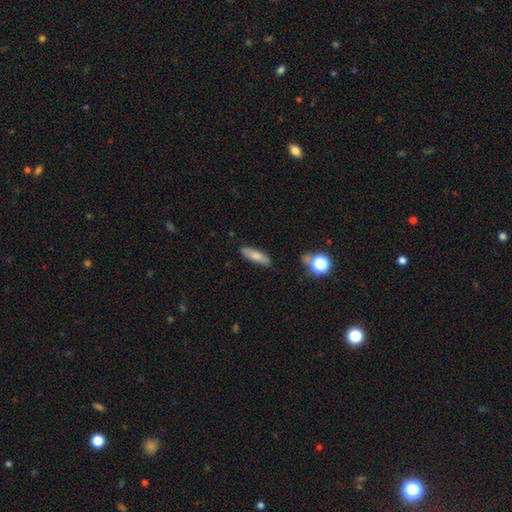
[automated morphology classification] Smooth or featured?
  - smooth: 74% *
  - featured or disk: 18%
  - star or artifact: 8%
How rounded?
  - cigar-shaped: 57% *
  - in between: 40%
  - round: 3%
Merging?
  - none: 85% *
  - minor disturbance: 11%
  - major disturbance: 2%
  - merger: 2%